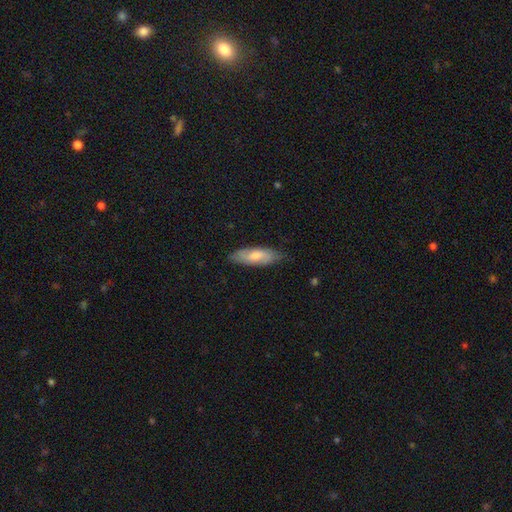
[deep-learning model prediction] Morphology: type=smooth (68%); roundness=in between (61%); merging=none (79%).